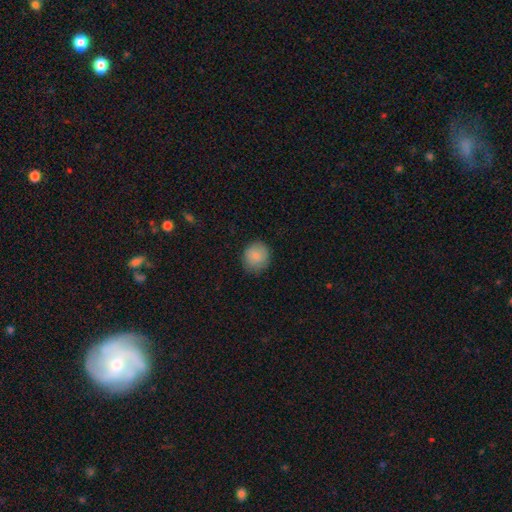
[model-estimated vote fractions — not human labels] Smooth or featured: smooth — 86% (star or artifact — 8%)
How rounded: round — 83% (in between — 16%)
Merging: none — 82% (minor disturbance — 14%)